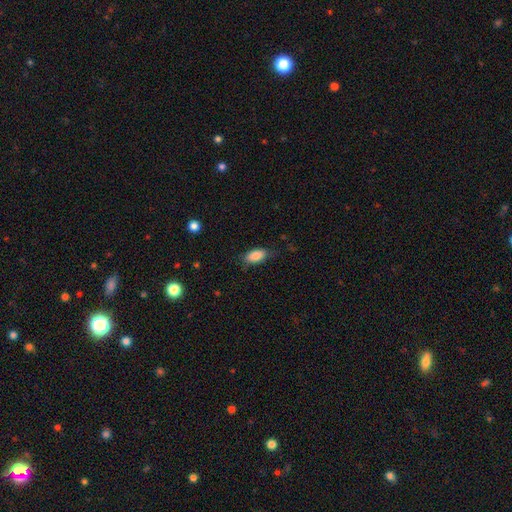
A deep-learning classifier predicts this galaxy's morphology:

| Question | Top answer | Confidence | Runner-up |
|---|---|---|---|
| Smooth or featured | smooth | 86% | star or artifact (7%) |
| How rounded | in between | 90% | cigar-shaped (6%) |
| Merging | none | 75% | minor disturbance (19%) |